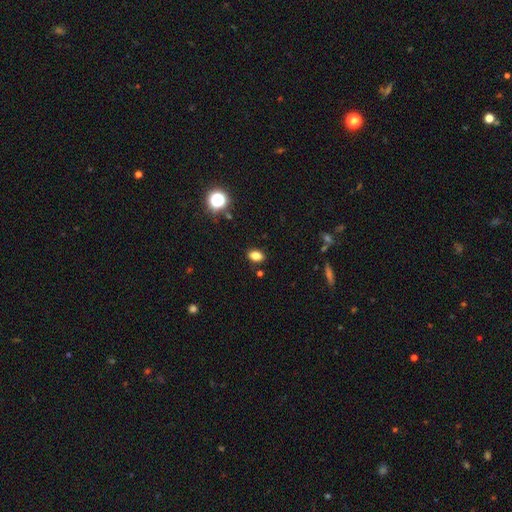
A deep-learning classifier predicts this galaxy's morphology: Overall: smooth (80%). How rounded: in between (81%). Merging: none (87%).